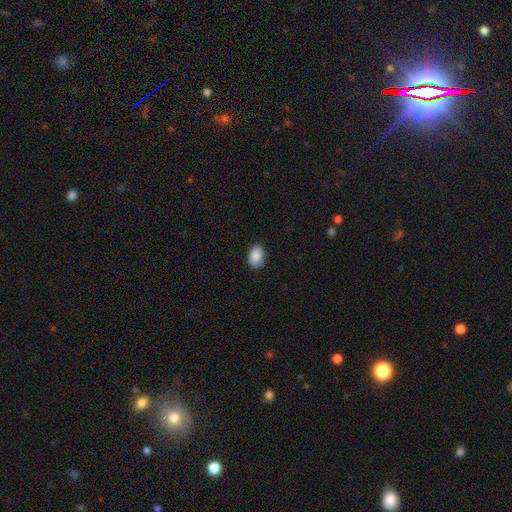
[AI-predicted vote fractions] A smooth galaxy with no disk features (90%) that is in between round and cigar-shaped (83%). Merging: none (86%).